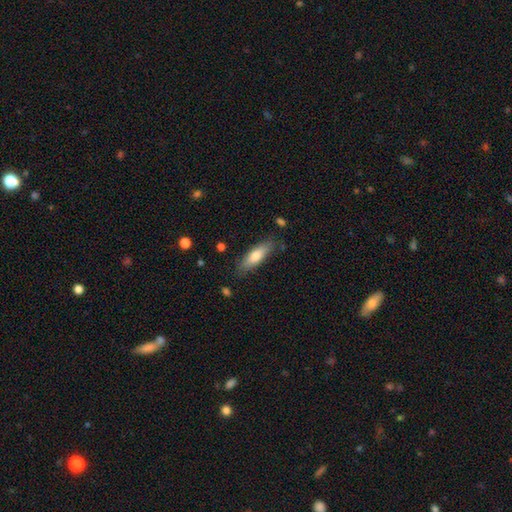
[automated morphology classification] Q: Smooth or featured?
A: smooth (75%); runner-up: featured or disk (19%)
Q: How rounded?
A: in between (52%); runner-up: cigar-shaped (46%)
Q: Merging?
A: none (81%); runner-up: minor disturbance (14%)